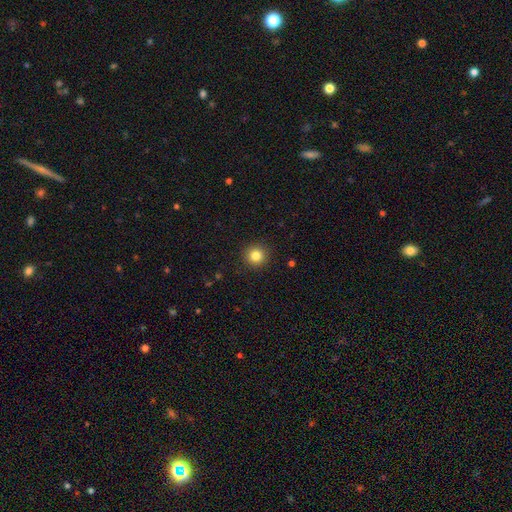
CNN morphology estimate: smooth_or_featured: smooth (p=0.83) [alt: star or artifact p=0.12]
how_rounded: round (p=0.95) [alt: in between p=0.04]
merging: none (p=0.92) [alt: minor disturbance p=0.05]